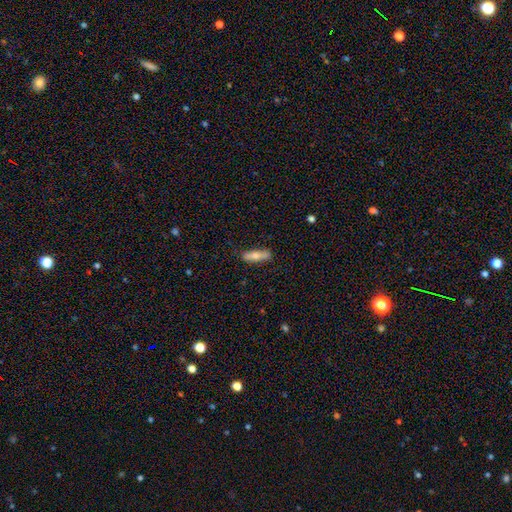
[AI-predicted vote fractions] The model was most divided on "how rounded": cigar-shaped: 60%, in between: 38%, round: 2%. More confident: merging — none (81%); smooth or featured — smooth (67%).